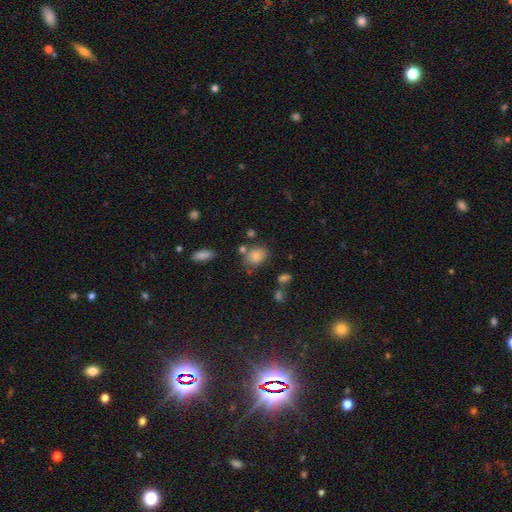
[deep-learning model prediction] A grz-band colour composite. It shows a smooth galaxy with no disk features (82%) that is in between round and cigar-shaped (56%). Merging: none (67%).